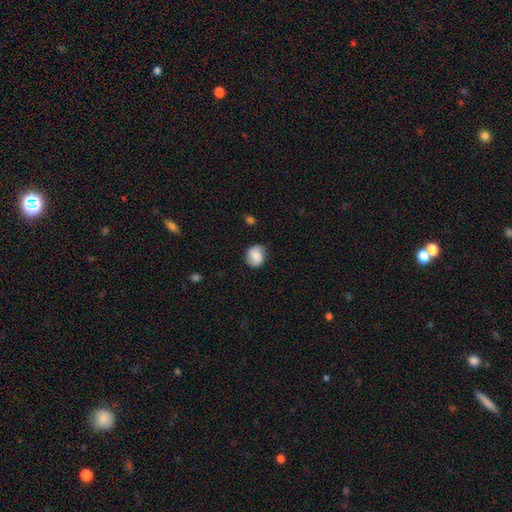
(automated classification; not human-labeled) This is likely a smooth galaxy (67%). How rounded: likely round (68%). Merging: likely none (73%).